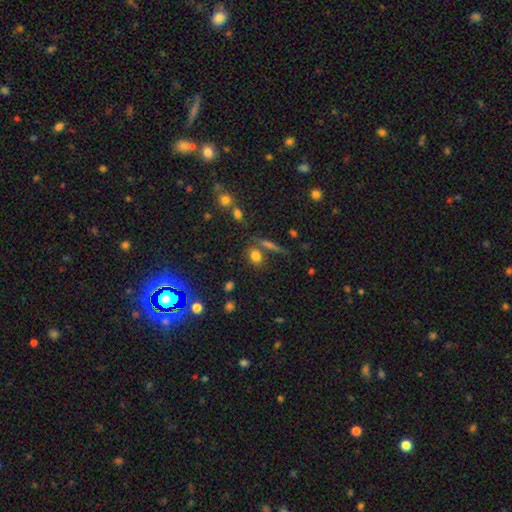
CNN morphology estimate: Overall: smooth (76%). How rounded: in between (57%; round 37%). Merging: none (67%).